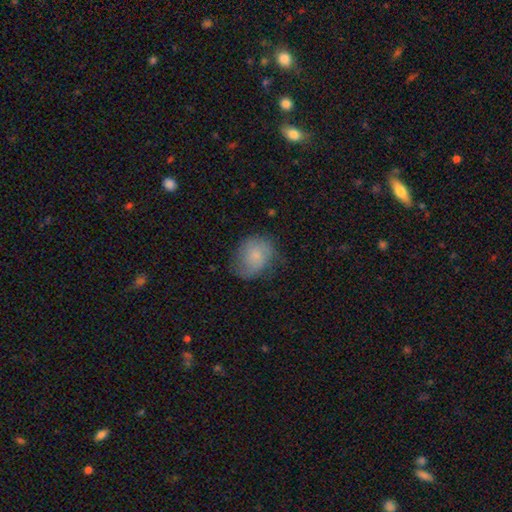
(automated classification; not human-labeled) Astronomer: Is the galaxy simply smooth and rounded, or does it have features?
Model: smooth — 69%.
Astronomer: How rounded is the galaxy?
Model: round — 54% (runner-up: in between, 45%).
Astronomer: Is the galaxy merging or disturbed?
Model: none — 55%.